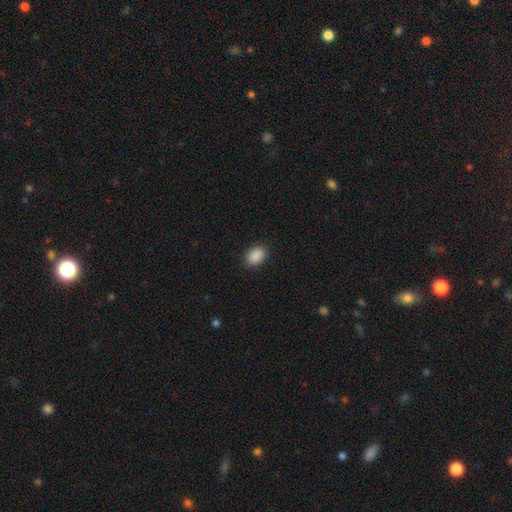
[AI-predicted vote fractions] The model was most divided on "how rounded": in between: 84%, round: 15%, cigar-shaped: 1%. More confident: smooth or featured — smooth (90%); merging — none (89%).